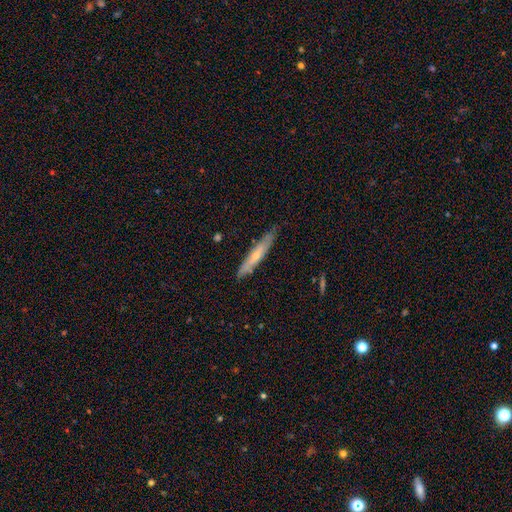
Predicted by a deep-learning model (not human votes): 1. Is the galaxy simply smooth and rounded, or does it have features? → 51% featured or disk, 43% smooth, 6% star or artifact.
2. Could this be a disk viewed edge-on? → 78% yes, 22% no.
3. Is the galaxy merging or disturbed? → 82% none, 14% minor disturbance, 2% major disturbance, 1% merger.